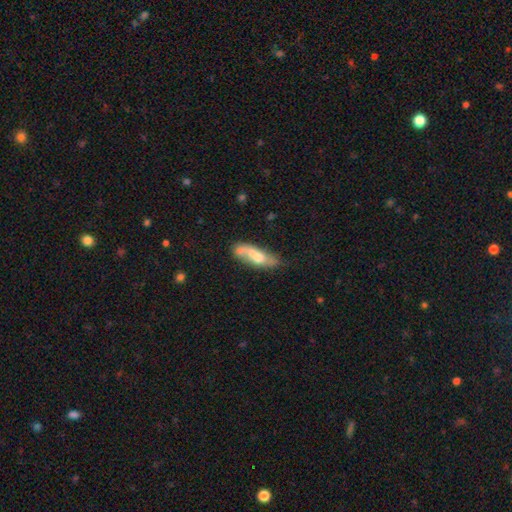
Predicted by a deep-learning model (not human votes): Smooth or featured: smooth — 52% (featured or disk — 41%)
How rounded: in between — 55% (cigar-shaped — 42%)
Merging: none — 43% (minor disturbance — 23%)